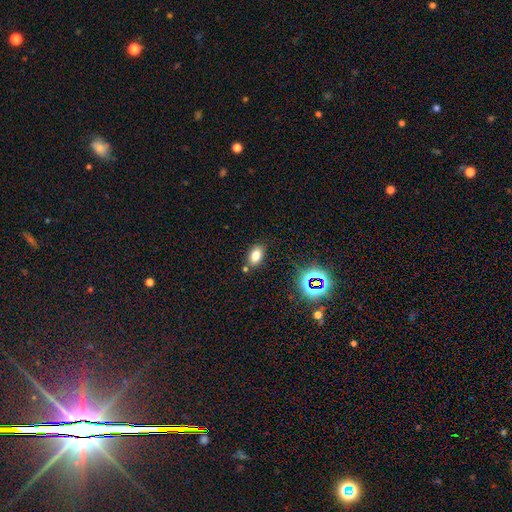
Volunteers were most divided on "merging": none: 79%, minor disturbance: 21%, major disturbance: 0%, merger: 0%. More confident: how rounded — in between (93%); smooth or featured — smooth (79%).